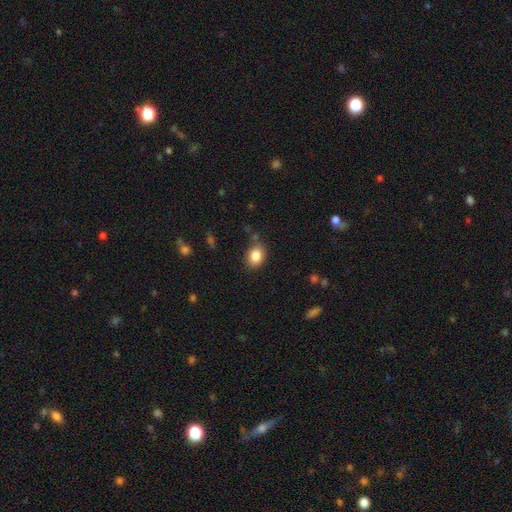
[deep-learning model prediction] Overall: smooth (85%). How rounded: in between (59%; round 40%). Merging: none (80%).